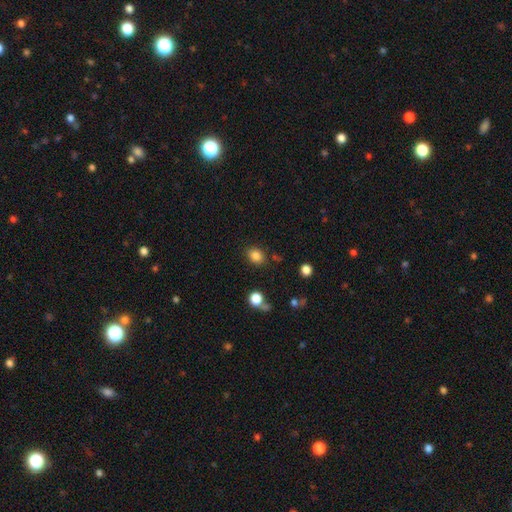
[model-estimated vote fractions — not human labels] The model was most divided on "how rounded": round: 54%, in between: 45%, cigar-shaped: 1%. More confident: smooth or featured — smooth (83%); merging — none (82%).